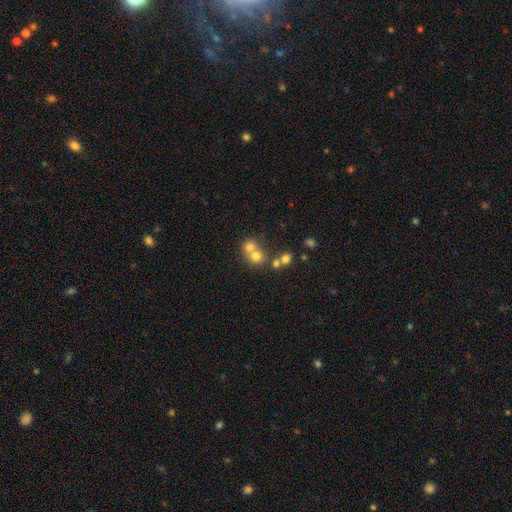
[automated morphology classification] smooth 68%, featured or disk 17%, star or artifact 14%. Down the decision tree: how rounded — round (79%); merging — merger (58%).